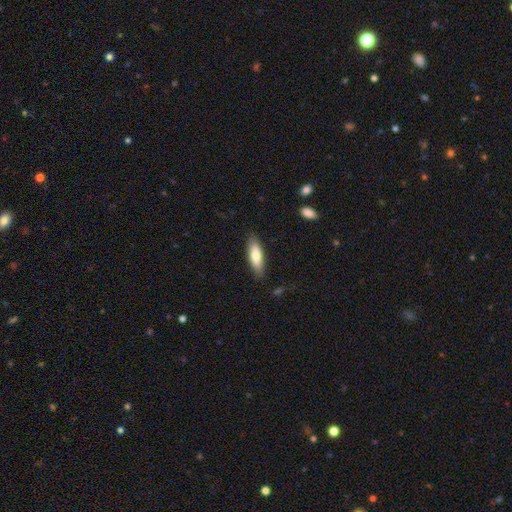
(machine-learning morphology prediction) smooth-or-featured: smooth: 73% | featured or disk: 21% | star or artifact: 6%
  how-rounded: cigar-shaped: 49% (tied) | in between: 49% (tied) | round: 2%
  merging: none: 85% | minor disturbance: 11% | major disturbance: 2% | merger: 1%